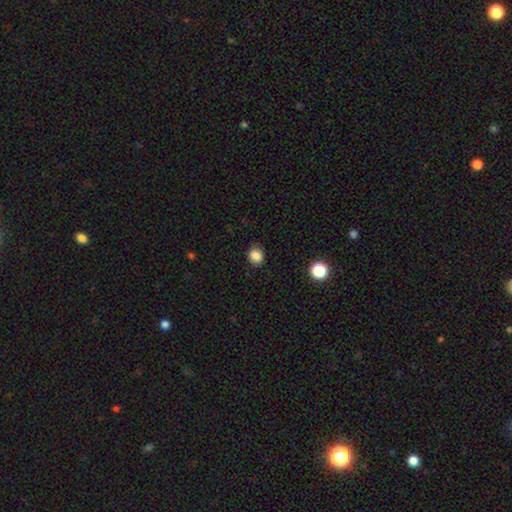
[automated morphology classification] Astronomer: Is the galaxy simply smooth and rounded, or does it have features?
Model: smooth — 85%.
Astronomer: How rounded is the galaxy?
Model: round — 61% (runner-up: in between, 38%).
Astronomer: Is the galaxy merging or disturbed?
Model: none — 85%.